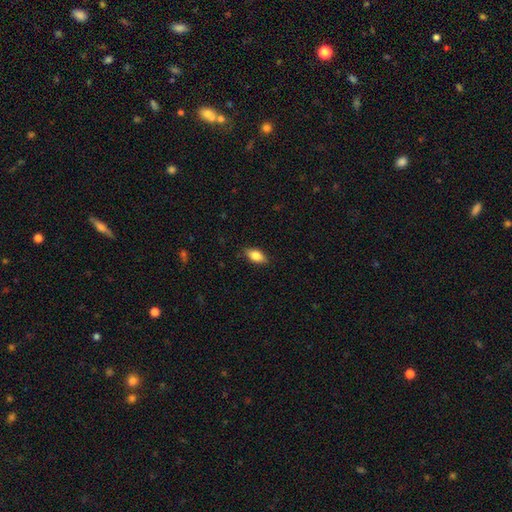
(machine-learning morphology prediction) Smooth or featured: smooth — 80% (featured or disk — 13%)
How rounded: in between — 87% (cigar-shaped — 8%)
Merging: none — 86% (minor disturbance — 11%)